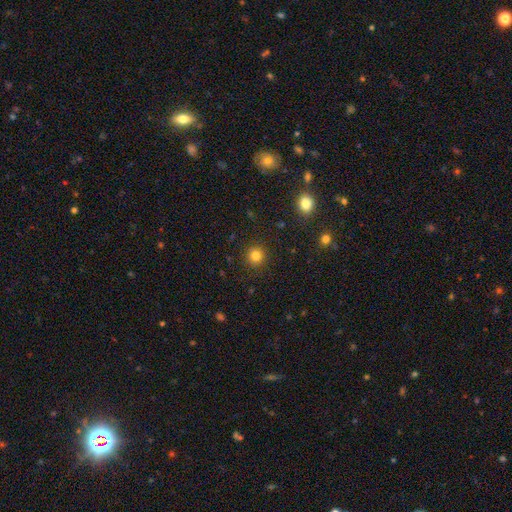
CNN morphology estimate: type=smooth (82%); roundness=round (93%); merging=none (91%).